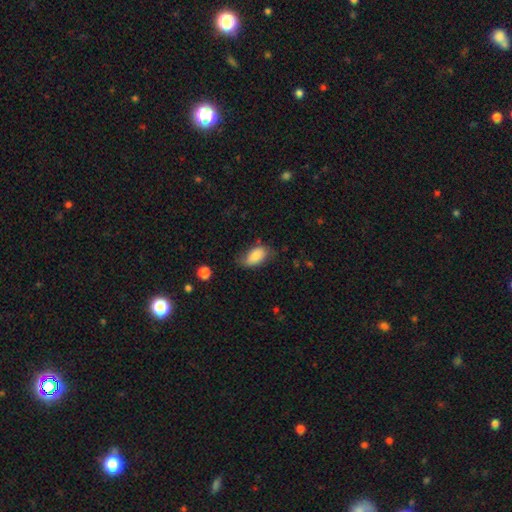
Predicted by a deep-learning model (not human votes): smooth_or_featured: smooth (p=0.82) [alt: featured or disk p=0.11]
how_rounded: in between (p=0.93) [alt: round p=0.05]
merging: none (p=0.59) [alt: minor disturbance p=0.30]